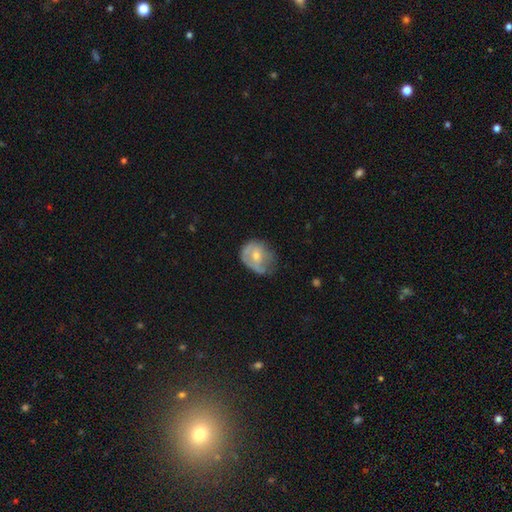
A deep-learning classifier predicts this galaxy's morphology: Smooth or featured? smooth (49%)
Merging? none (37%, tied with minor disturbance)